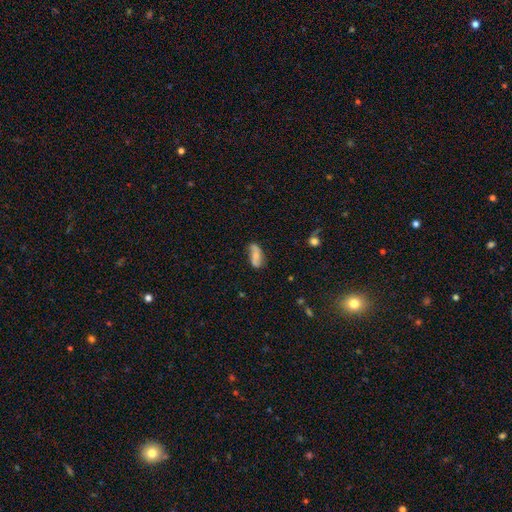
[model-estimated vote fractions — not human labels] smooth 51%, featured or disk 41%, star or artifact 8%. Down the decision tree: how rounded — in between (82%); merging — none (64%).